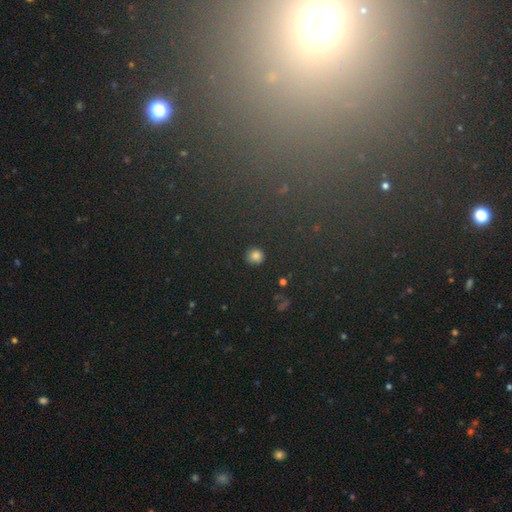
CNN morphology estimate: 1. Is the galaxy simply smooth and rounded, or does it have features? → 81% smooth, 14% star or artifact, 5% featured or disk.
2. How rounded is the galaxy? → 93% round, 6% in between, 1% cigar-shaped.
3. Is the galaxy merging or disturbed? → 89% none, 7% minor disturbance, 2% major disturbance, 1% merger.